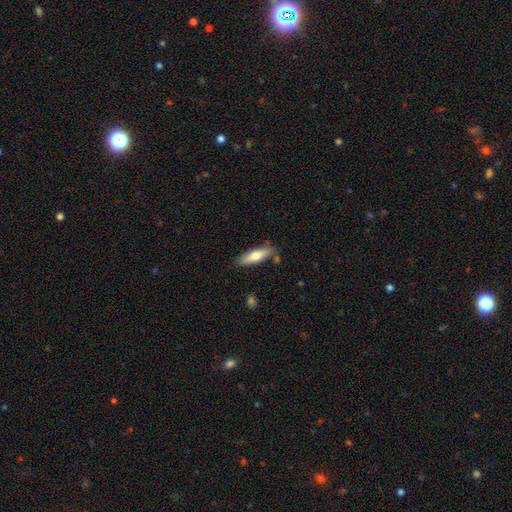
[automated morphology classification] Smooth or featured?
  - smooth: 67% *
  - featured or disk: 27%
  - star or artifact: 6%
How rounded?
  - cigar-shaped: 61% *
  - in between: 37%
  - round: 2%
Merging?
  - none: 80% *
  - minor disturbance: 14%
  - merger: 4%
  - major disturbance: 3%